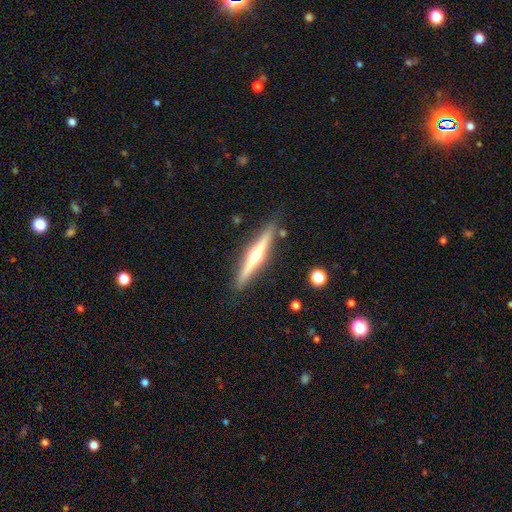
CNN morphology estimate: Q: Smooth or featured?
A: featured or disk (71%); runner-up: smooth (24%)
Q: Edge-on disk?
A: yes (97%); runner-up: no (3%)
Q: Edge-on bulge?
A: rounded (91%); runner-up: none (6%)
Q: Merging?
A: none (87%); runner-up: minor disturbance (9%)